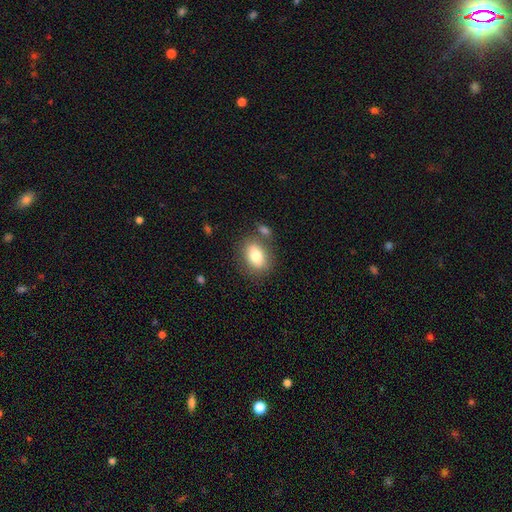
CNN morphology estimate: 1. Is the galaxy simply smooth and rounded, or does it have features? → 78% smooth, 15% featured or disk, 8% star or artifact.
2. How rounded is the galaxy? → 75% in between, 23% round, 2% cigar-shaped.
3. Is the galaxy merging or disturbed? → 70% none, 13% minor disturbance, 12% merger, 5% major disturbance.